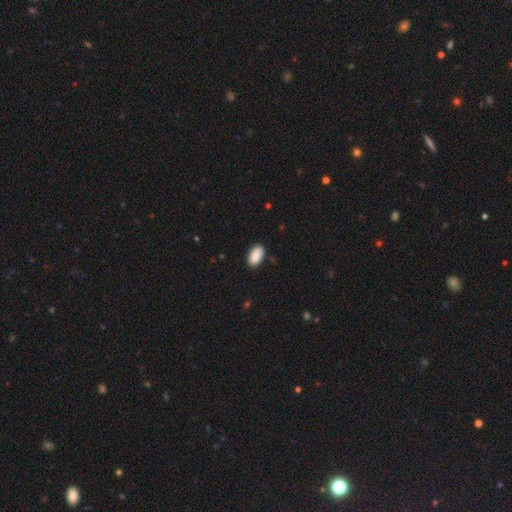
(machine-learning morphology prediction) The model was most divided on "merging": none: 83%, minor disturbance: 13%, major disturbance: 2%, merger: 2%. More confident: how rounded — in between (95%); smooth or featured — smooth (88%).